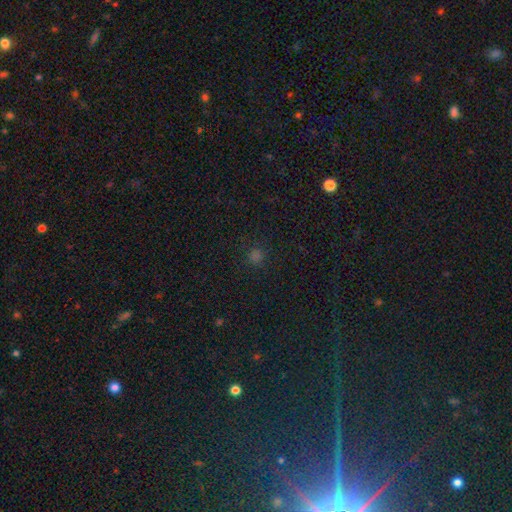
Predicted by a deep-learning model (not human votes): The model was most divided on "smooth or featured": smooth: 61%, star or artifact: 34%, featured or disk: 5%. More confident: how rounded — round (92%); merging — none (87%).